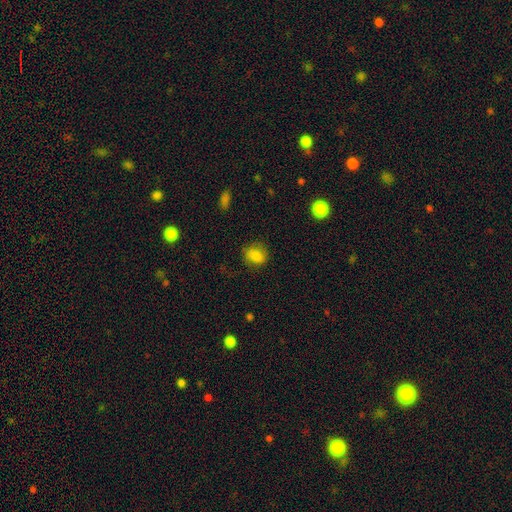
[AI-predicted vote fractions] Smooth or featured: smooth — 83% (star or artifact — 10%)
How rounded: round — 61% (in between — 37%)
Merging: none — 74% (minor disturbance — 19%)